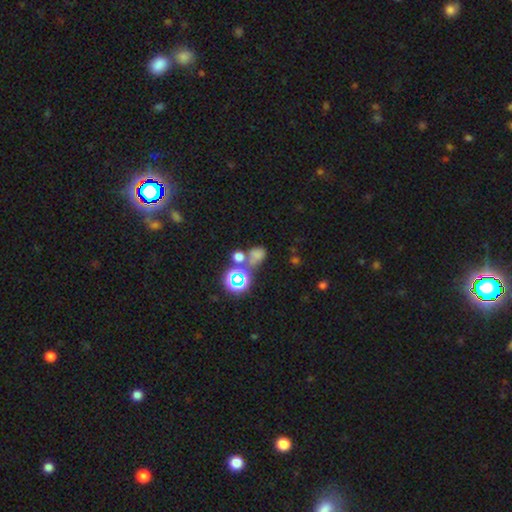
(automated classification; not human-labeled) Smooth or featured: smooth — 56% (star or artifact — 31%)
How rounded: round — 50% (in between — 48%)
Merging: merger — 38% (none — 37%)